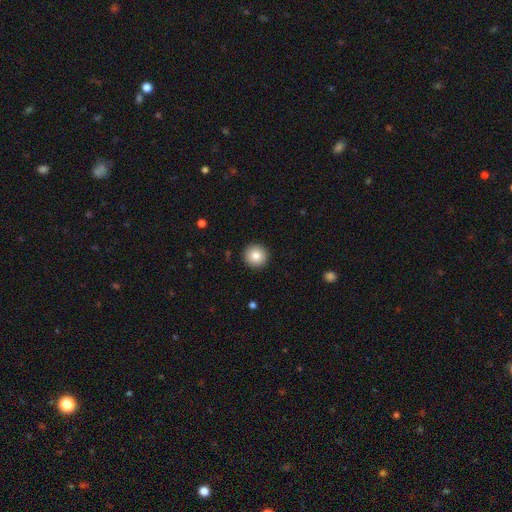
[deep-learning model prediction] A smooth galaxy with no disk features (83%) that is round (96%). Merging: none (93%).